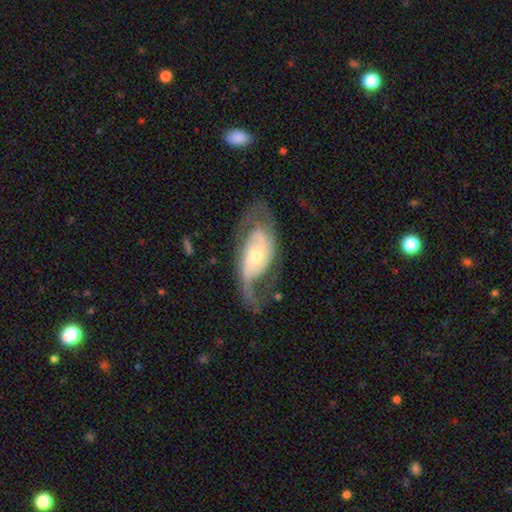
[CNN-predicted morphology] A featured or disk galaxy (84%) with no bar (52%), 2 (76%) medium (42%) spiral arms (93%) and a moderate central bulge (51%).

Vote fractions:
- Smooth or featured? featured or disk: 84% / smooth: 11% / star or artifact: 5%
- Edge-on disk? no: 94% / yes: 6%
- Bar? no: 52% / weak: 35% / strong: 13%
- Spiral arms? yes: 93% / no: 7%
- Spiral winding? medium: 42% / loose: 39% / tight: 19%
- Spiral arm count? 2: 76% / 1: 11% / can't tell: 8% / 3: 3% / 4: 1% / more than 4: 1%
- Bulge size? moderate: 51% / small: 41% / large: 5% / none: 1% / dominant: 1%
- Merging? none: 55% / major disturbance: 23% / minor disturbance: 20% / merger: 2%